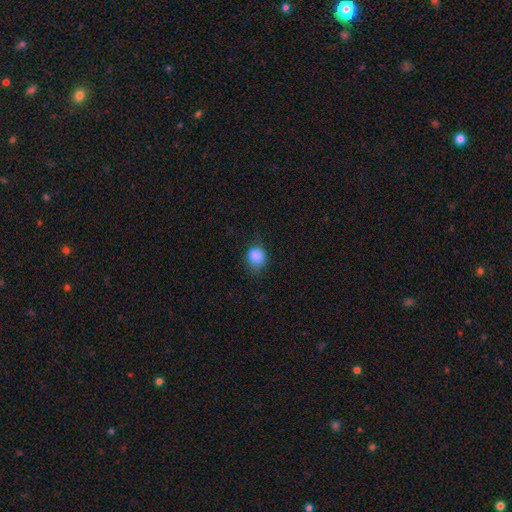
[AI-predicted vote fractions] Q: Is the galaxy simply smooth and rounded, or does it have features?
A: smooth — 85%.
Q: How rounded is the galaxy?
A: round — 62%.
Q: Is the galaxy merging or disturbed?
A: none — 58%.